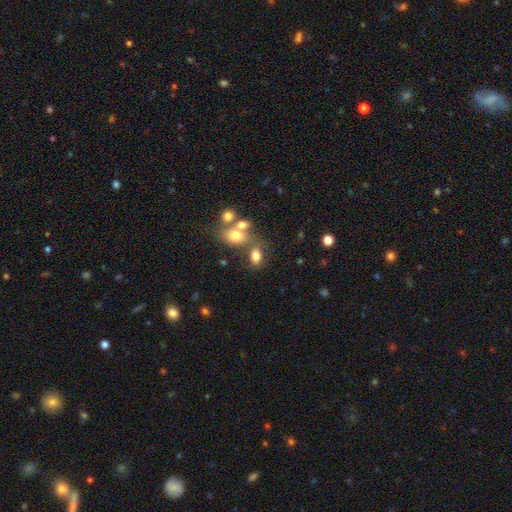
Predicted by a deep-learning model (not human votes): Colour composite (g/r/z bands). It shows a smooth galaxy with no disk features (76%) that is in between round and cigar-shaped (76%). Merging: none (50%).